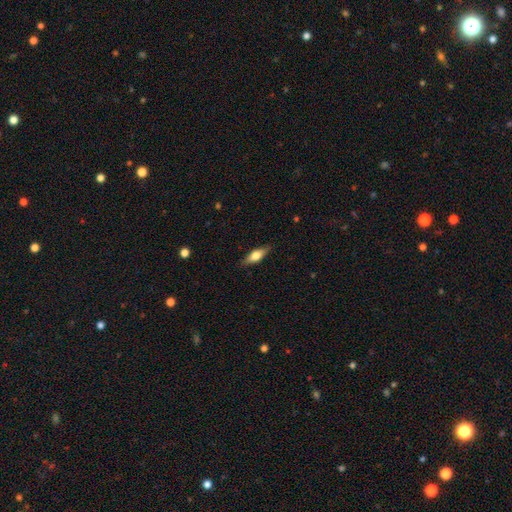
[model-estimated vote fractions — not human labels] Smooth or featured: smooth — 51% (featured or disk — 43%)
How rounded: in between — 56% (cigar-shaped — 40%)
Merging: none — 85% (minor disturbance — 12%)